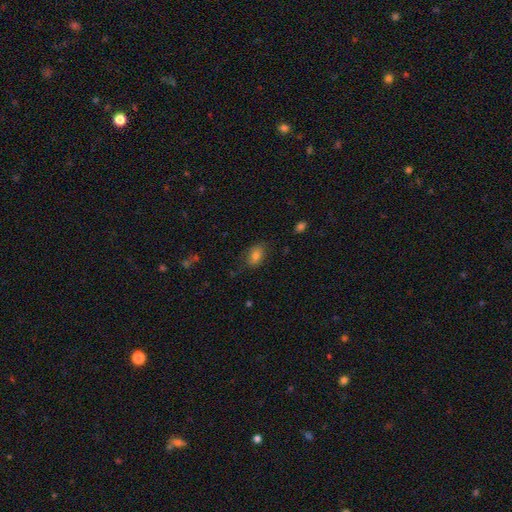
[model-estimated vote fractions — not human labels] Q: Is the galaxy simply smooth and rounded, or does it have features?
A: smooth — 78%.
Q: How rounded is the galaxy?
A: in between — 79%.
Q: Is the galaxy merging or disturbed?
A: none — 73%.